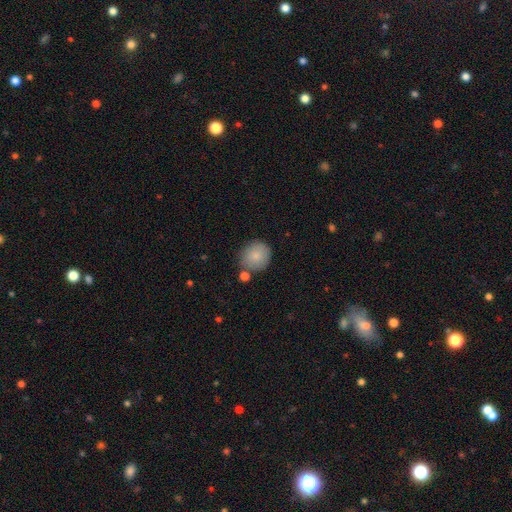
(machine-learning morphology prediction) Q: Smooth or featured?
A: smooth (84%); runner-up: featured or disk (8%)
Q: How rounded?
A: round (84%); runner-up: in between (15%)
Q: Merging?
A: none (73%); runner-up: minor disturbance (15%)